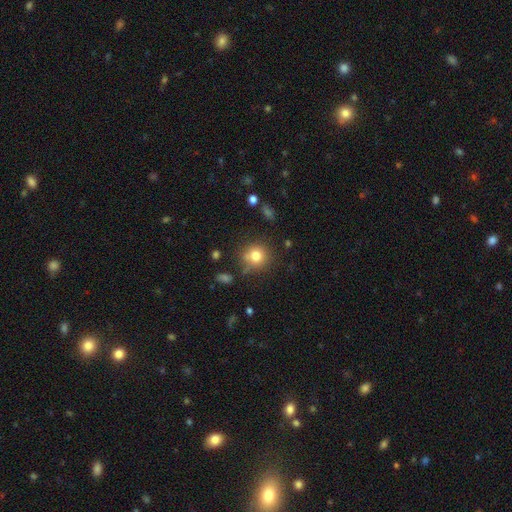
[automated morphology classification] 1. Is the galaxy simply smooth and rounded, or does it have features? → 80% smooth, 12% star or artifact, 9% featured or disk.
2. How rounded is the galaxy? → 88% round, 11% in between, 1% cigar-shaped.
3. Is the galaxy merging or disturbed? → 75% none, 15% minor disturbance, 5% merger, 4% major disturbance.